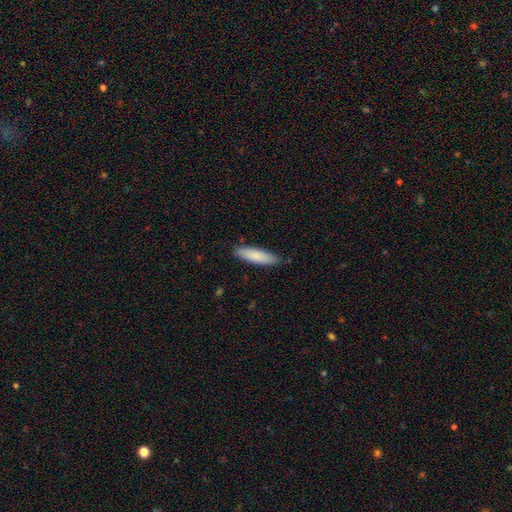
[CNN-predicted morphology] The model was most divided on "how rounded": cigar-shaped: 69%, in between: 30%, round: 1%. More confident: merging — none (86%); smooth or featured — smooth (85%).